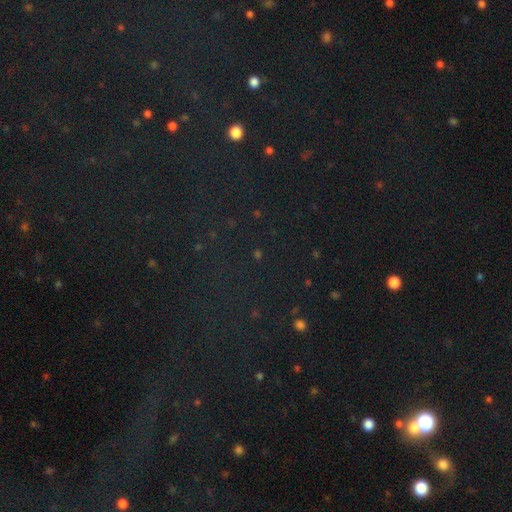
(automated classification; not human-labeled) smooth-or-featured: star or artifact: 79% | smooth: 14% | featured or disk: 7%